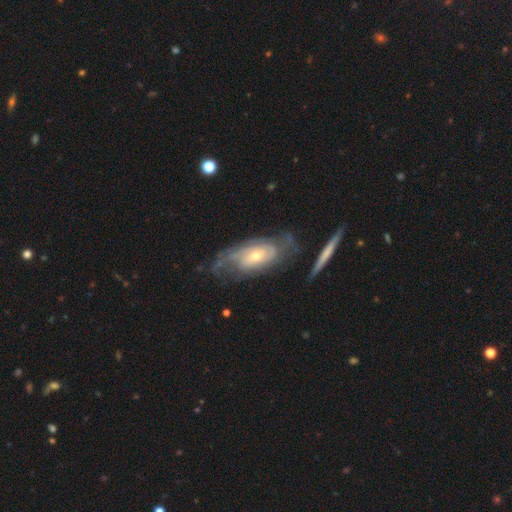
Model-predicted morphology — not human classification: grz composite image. It shows a featured or disk galaxy (78%) with no bar (68%), tight (50%) spiral arms (89%) and a small central bulge (53%). Merging: none (53%).